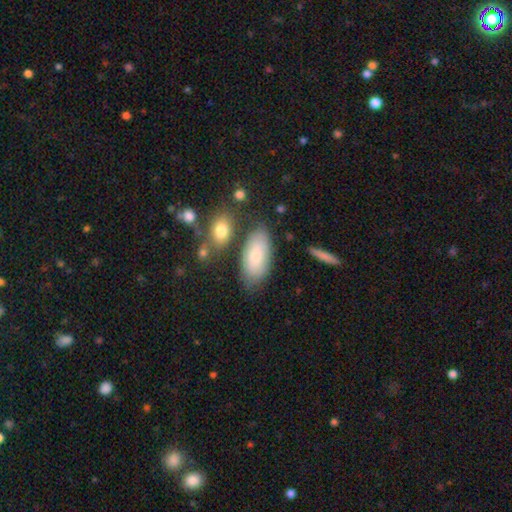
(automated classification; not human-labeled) A smooth galaxy with no disk features (78%) that is in between round and cigar-shaped (92%). Merging: none (70%).